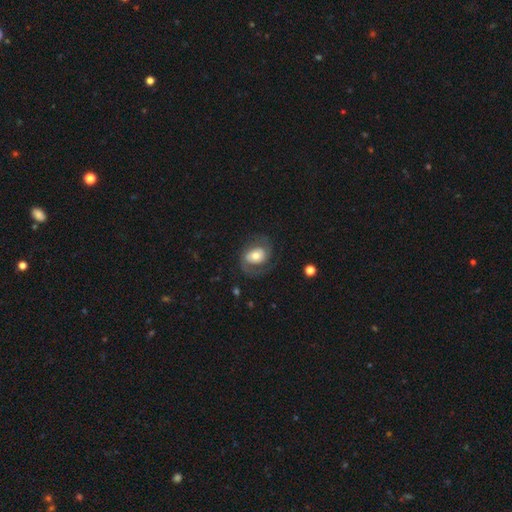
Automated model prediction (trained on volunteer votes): smooth-or-featured: featured or disk: 68% | smooth: 26% | star or artifact: 7%
  disk-edge-on: no: 97% | yes: 3%
    bar: no: 60% | weak: 29% | strong: 11%
    has-spiral-arms: yes: 86% | no: 14%
      spiral-winding: medium: 48% | tight: 28% | loose: 23%
      spiral-arm-count: 2: 82% | 1: 7% | can't tell: 7% | 3: 2% | 4: 1% | more than 4: 1%
    bulge-size: moderate: 59% | small: 19% | large: 18% | dominant: 3% | none: 2%
  merging: none: 66% | minor disturbance: 17% | major disturbance: 16% | merger: 1%